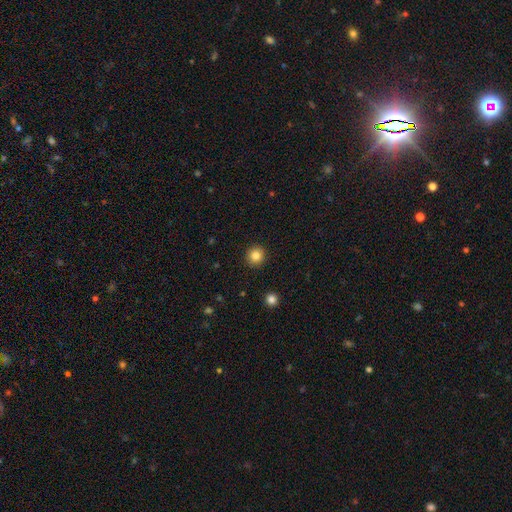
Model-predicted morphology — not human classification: This is clearly a smooth galaxy (83%). How rounded: clearly round (94%). Merging: clearly none (93%).